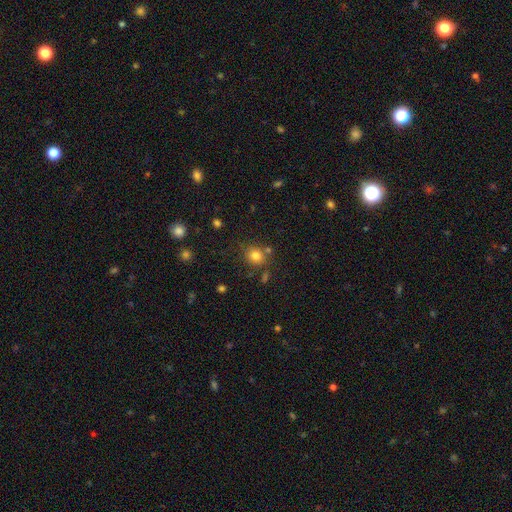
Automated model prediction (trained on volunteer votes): Smooth or featured? smooth (80%)
How rounded? round (81%)
Merging? none (76%)